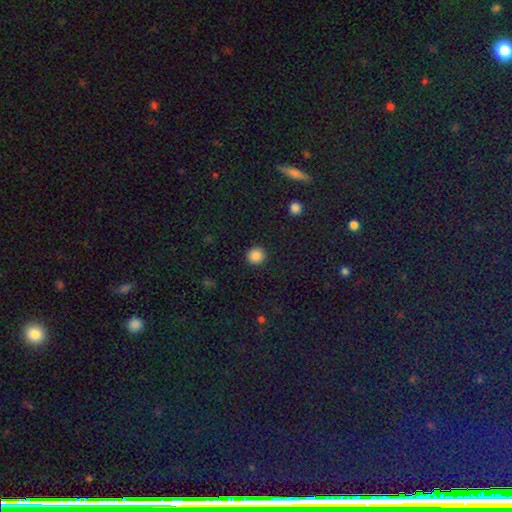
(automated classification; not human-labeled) smooth 87%, star or artifact 10%, featured or disk 3%. Down the decision tree: how rounded — round (94%); merging — none (93%).